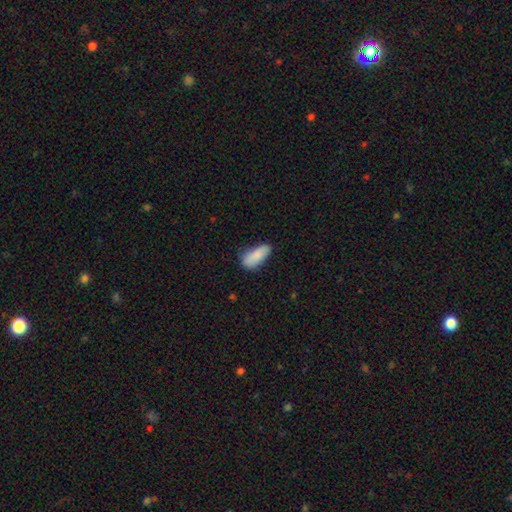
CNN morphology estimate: This appears to be a smooth galaxy with no disk features (86%) that is in between round and cigar-shaped (79%). Merging: none (61%).